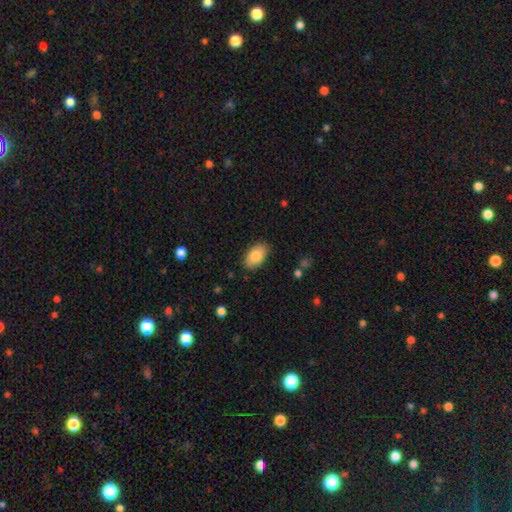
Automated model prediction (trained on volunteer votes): Q: Smooth or featured?
A: smooth (84%); runner-up: featured or disk (10%)
Q: How rounded?
A: in between (94%); runner-up: round (5%)
Q: Merging?
A: none (85%); runner-up: minor disturbance (11%)